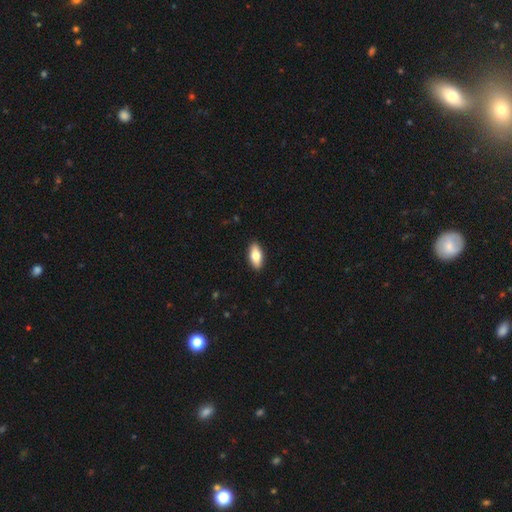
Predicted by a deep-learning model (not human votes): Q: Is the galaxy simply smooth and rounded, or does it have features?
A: smooth — 77%.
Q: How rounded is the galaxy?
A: in between — 84%.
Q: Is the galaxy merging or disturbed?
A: none — 90%.